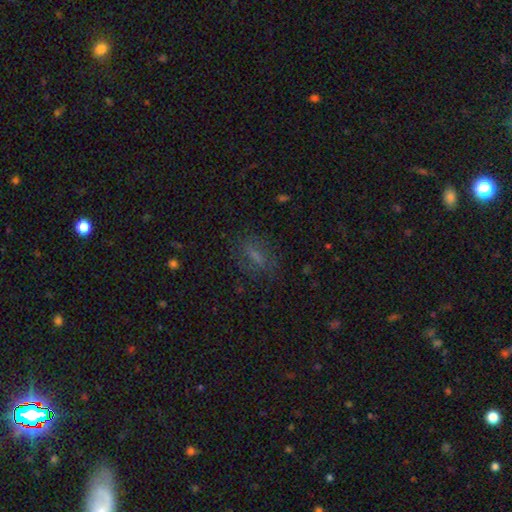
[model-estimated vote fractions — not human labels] Smooth or featured?
  - smooth: 51% *
  - featured or disk: 25%
  - star or artifact: 23%
How rounded?
  - in between: 58% *
  - cigar-shaped: 29%
  - round: 12%
Merging?
  - none: 74% *
  - minor disturbance: 15%
  - major disturbance: 10%
  - merger: 2%